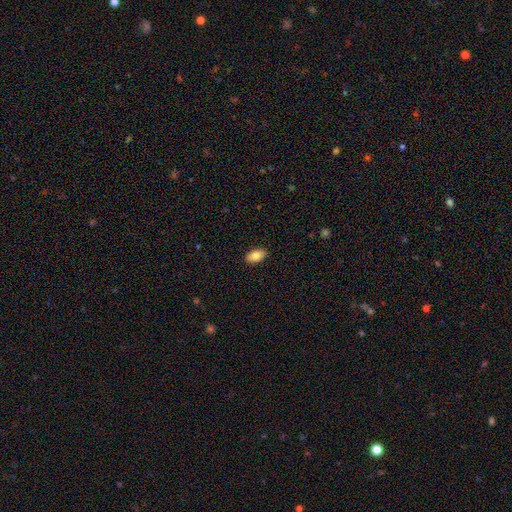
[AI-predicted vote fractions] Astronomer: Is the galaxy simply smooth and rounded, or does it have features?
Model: smooth — 86%.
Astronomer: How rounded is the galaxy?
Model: in between — 93%.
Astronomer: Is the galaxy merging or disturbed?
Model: none — 89%.